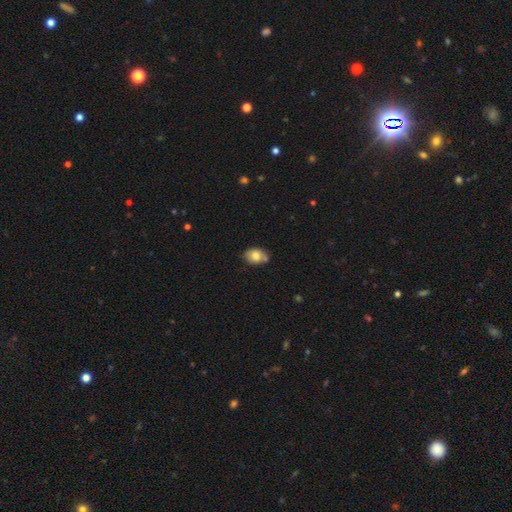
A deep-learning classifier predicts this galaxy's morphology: smooth 77%, featured or disk 14%, star or artifact 8%. Down the decision tree: how rounded — in between (79%); merging — none (65%).